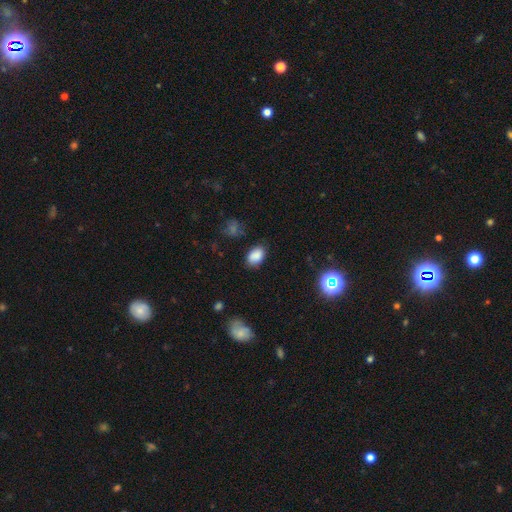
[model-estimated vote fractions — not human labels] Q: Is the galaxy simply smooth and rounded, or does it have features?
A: smooth — 86%.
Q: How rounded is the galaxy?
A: in between — 84%.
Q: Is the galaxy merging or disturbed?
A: none — 80%.